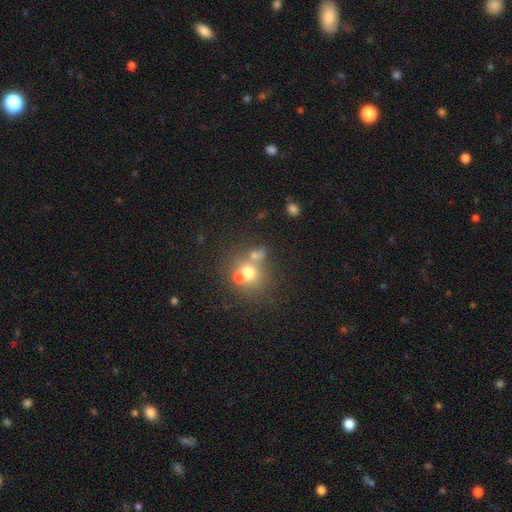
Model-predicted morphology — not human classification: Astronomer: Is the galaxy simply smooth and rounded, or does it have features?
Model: smooth — 58%.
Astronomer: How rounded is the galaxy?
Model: round — 80%.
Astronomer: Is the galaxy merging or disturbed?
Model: none — 43% (runner-up: merger, 42%).